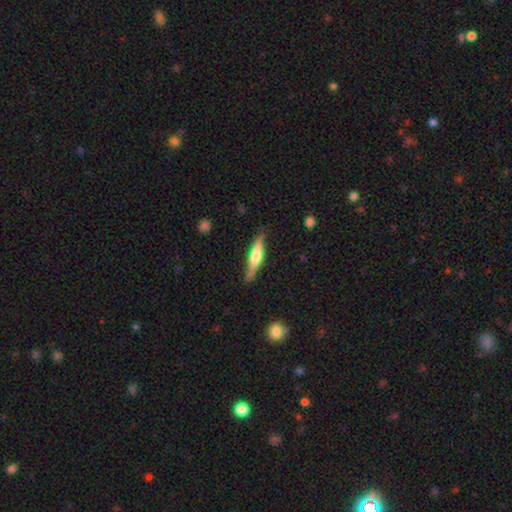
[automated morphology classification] A featured or disk galaxy (52%) viewed edge-on (91%).

Vote fractions:
- Smooth or featured? featured or disk: 52% / smooth: 42% / star or artifact: 5%
- Edge-on disk? yes: 91% / no: 9%
- Merging? none: 78% / minor disturbance: 17% / major disturbance: 3% / merger: 2%